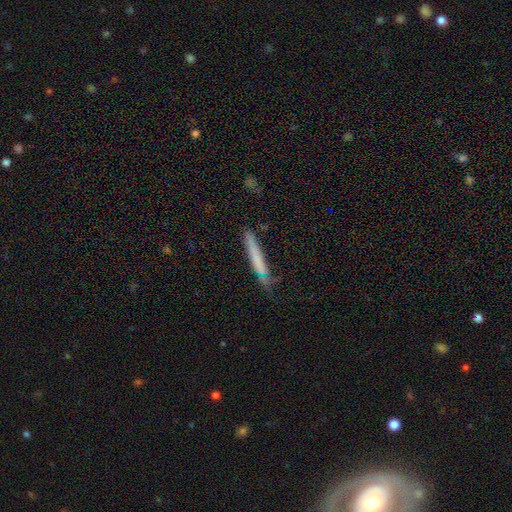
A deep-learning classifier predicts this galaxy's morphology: A smooth galaxy with no disk features (68%) that is cigar-shaped (95%). Merging: none (61%).